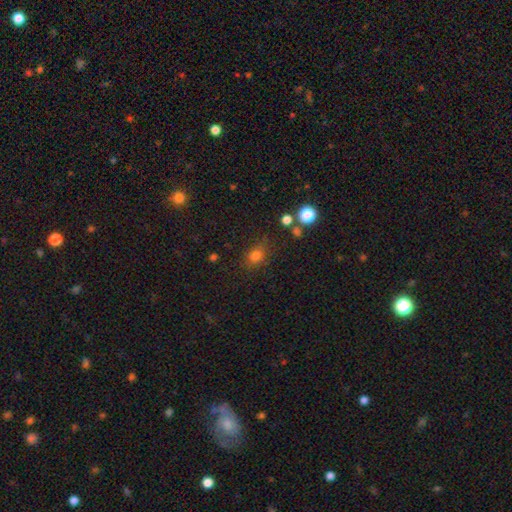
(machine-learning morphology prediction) Smooth or featured: smooth — 77% (star or artifact — 16%)
How rounded: round — 51% (in between — 47%)
Merging: none — 75% (minor disturbance — 16%)